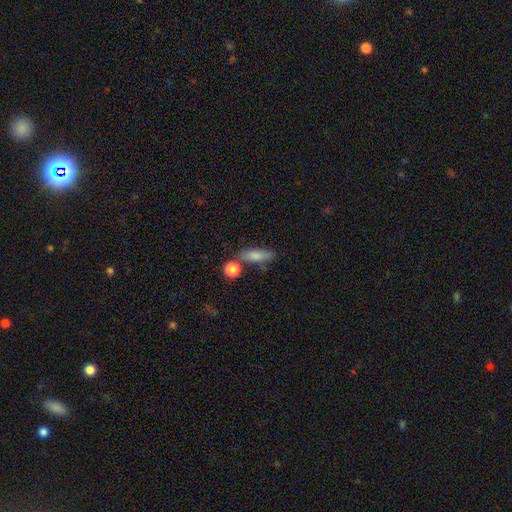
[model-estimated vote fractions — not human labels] smooth 79%, featured or disk 13%, star or artifact 8%. Down the decision tree: how rounded — in between (55%); merging — none (64%).